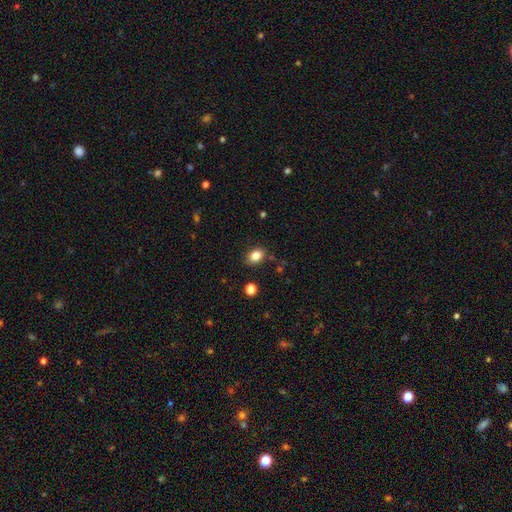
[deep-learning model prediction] smooth-or-featured: smooth: 83% | star or artifact: 10% | featured or disk: 6%
  how-rounded: in between: 72% | round: 27% | cigar-shaped: 1%
  merging: none: 83% | minor disturbance: 12% | major disturbance: 3% | merger: 2%